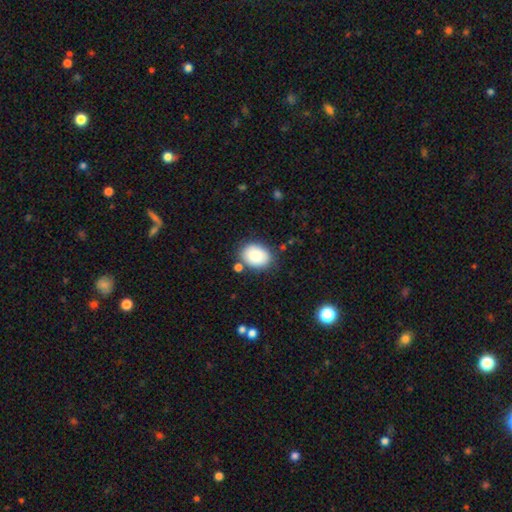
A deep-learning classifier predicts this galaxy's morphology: A smooth galaxy with no disk features (86%) that is in between round and cigar-shaped (72%).

Vote fractions:
- Smooth or featured? smooth: 86% / featured or disk: 7% / star or artifact: 7%
- How rounded? in between: 72% / round: 27% / cigar-shaped: 1%
- Merging? none: 77% / minor disturbance: 14% / merger: 5% / major disturbance: 4%